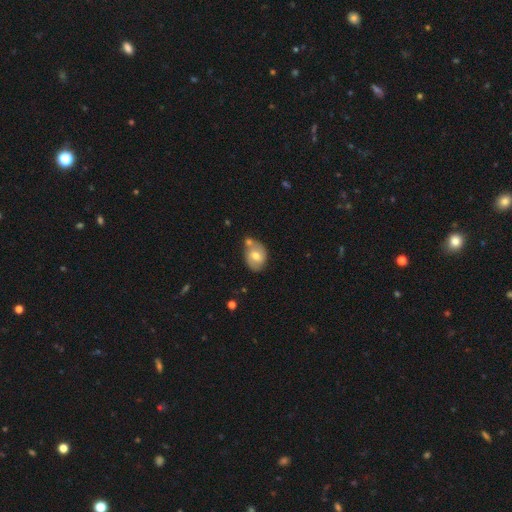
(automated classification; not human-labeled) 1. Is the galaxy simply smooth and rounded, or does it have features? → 56% smooth, 37% featured or disk, 8% star or artifact.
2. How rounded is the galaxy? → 64% in between, 35% round, 1% cigar-shaped.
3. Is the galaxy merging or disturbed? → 52% none, 26% merger, 17% minor disturbance, 5% major disturbance.